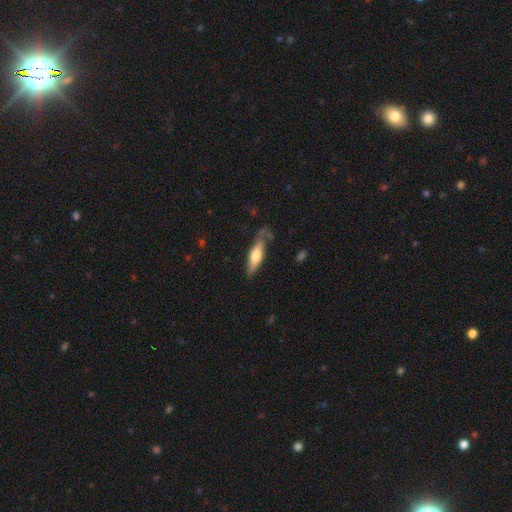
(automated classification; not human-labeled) This appears to be a smooth galaxy with no disk features (59%) that is cigar-shaped (58%). Merging: none (57%).